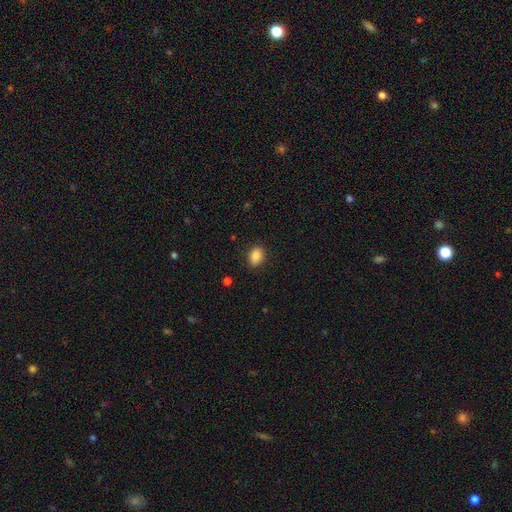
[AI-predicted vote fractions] Morphology: type=smooth (88%); roundness=in between (78%); merging=none (87%).